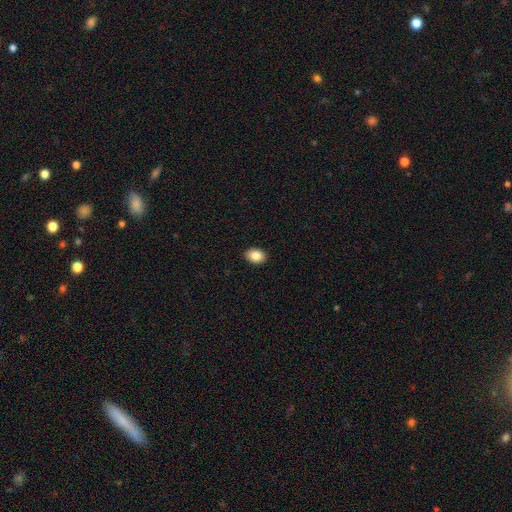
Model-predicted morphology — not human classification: A smooth galaxy with no disk features (85%) that is in between round and cigar-shaped (77%).

Vote fractions:
- Smooth or featured? smooth: 85% / star or artifact: 8% / featured or disk: 7%
- How rounded? in between: 77% / round: 22% / cigar-shaped: 1%
- Merging? none: 90% / minor disturbance: 7% / major disturbance: 2% / merger: 1%